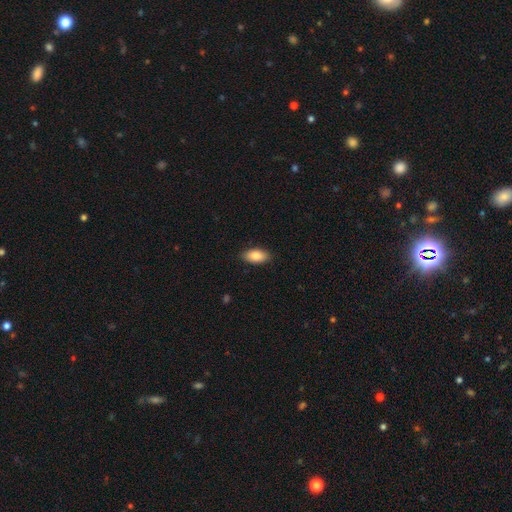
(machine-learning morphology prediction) Q: Smooth or featured?
A: smooth (86%); runner-up: featured or disk (7%)
Q: How rounded?
A: in between (93%); runner-up: cigar-shaped (4%)
Q: Merging?
A: none (88%); runner-up: minor disturbance (9%)